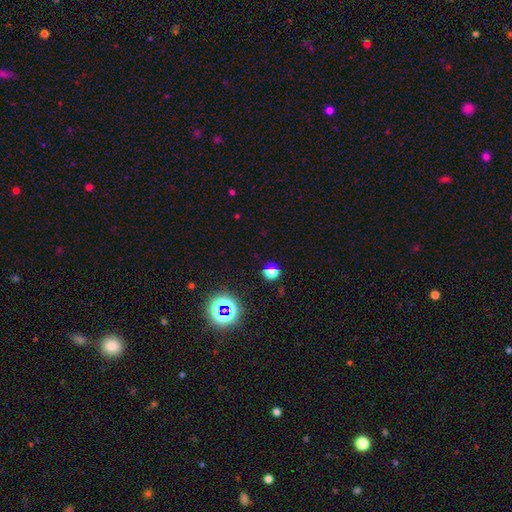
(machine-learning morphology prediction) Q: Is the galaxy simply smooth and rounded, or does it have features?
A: star or artifact — 62%.